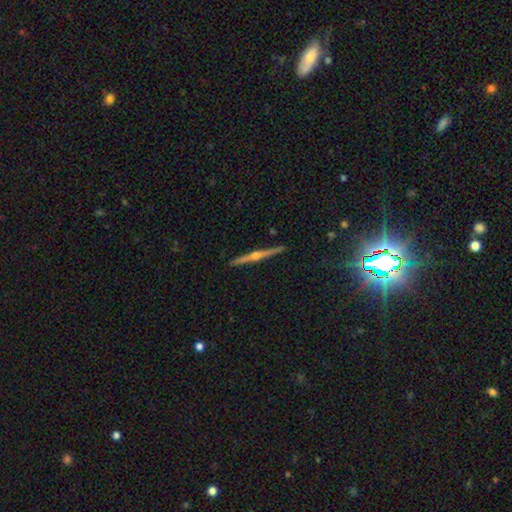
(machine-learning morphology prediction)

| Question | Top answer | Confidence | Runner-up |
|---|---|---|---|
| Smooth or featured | featured or disk | 83% | smooth (11%) |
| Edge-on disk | yes | 99% | no (1%) |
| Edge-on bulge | rounded | 93% | none (4%) |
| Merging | none | 92% | minor disturbance (6%) |